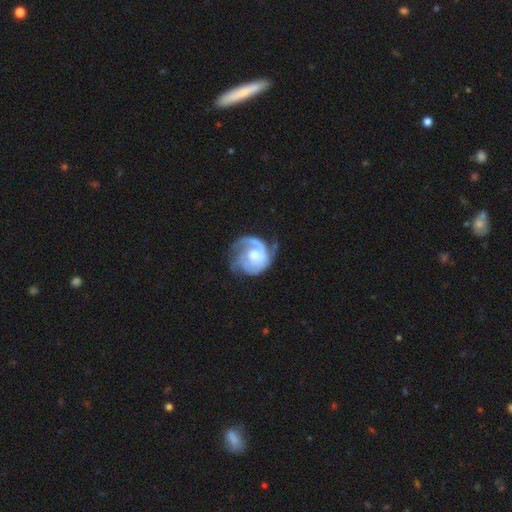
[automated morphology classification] This is likely a featured or disk galaxy (80%). It is clearly not viewed edge-on (98%). Bar: likely no (68%). Spiral arm pattern: clearly yes (92%). Spiral arm count: marginally 2 (32%). Spiral winding: possibly tight (46%). Central bulge: possibly moderate (51%). Merging: possibly none (49%).